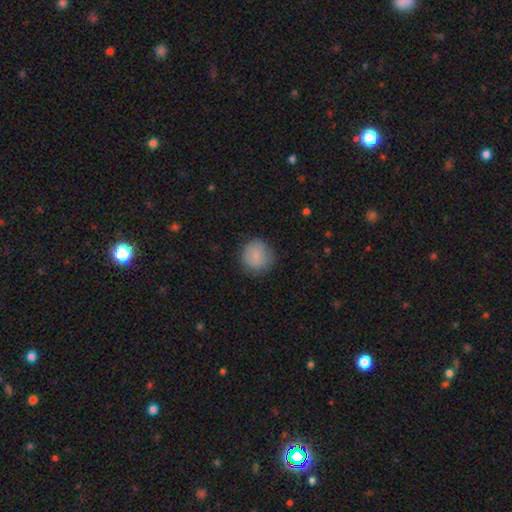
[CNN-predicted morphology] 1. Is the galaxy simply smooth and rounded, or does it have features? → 83% smooth, 9% featured or disk, 8% star or artifact.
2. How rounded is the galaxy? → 90% round, 9% in between, 1% cigar-shaped.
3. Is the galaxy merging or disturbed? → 78% none, 16% minor disturbance, 5% major disturbance, 1% merger.